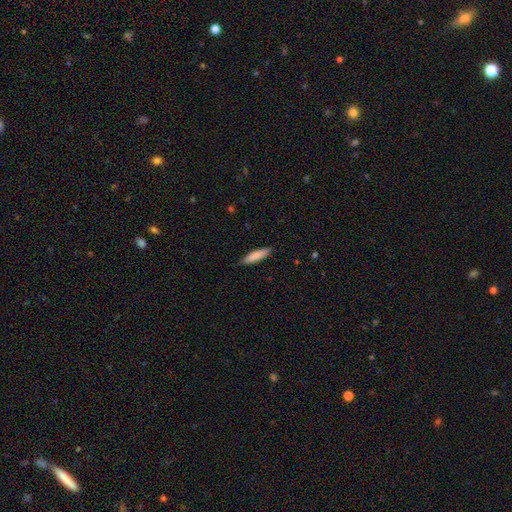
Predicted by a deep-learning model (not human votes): Smooth or featured? Predicted: smooth (p=0.81). How rounded? Predicted: cigar-shaped (p=0.75). Merging? Predicted: none (p=0.89).